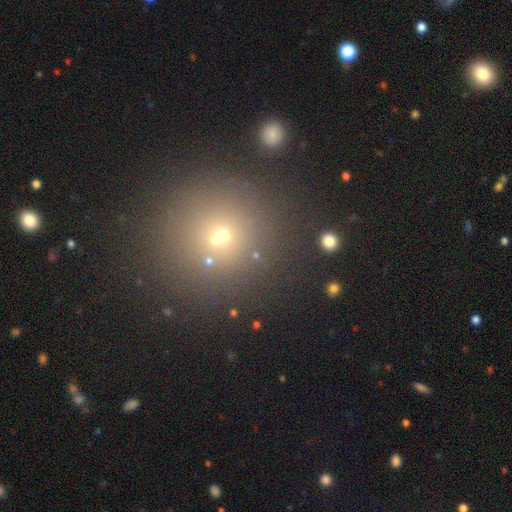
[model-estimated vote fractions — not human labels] Smooth or featured: smooth — 55% (star or artifact — 33%)
How rounded: round — 90% (in between — 9%)
Merging: none — 74% (merger — 14%)